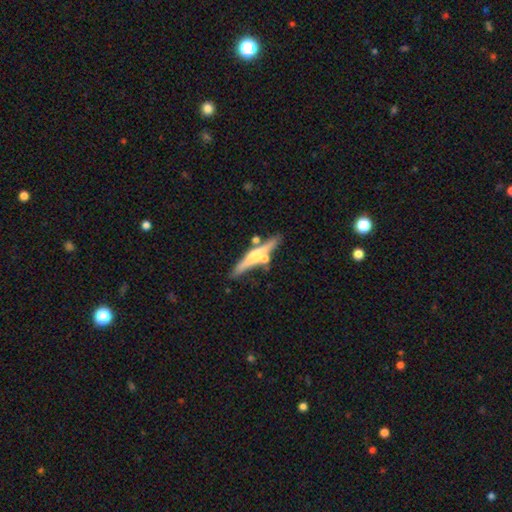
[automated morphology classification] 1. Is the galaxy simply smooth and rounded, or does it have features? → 60% featured or disk, 34% smooth, 6% star or artifact.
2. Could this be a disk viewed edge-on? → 95% yes, 5% no.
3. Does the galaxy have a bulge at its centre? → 84% rounded, 9% none, 7% boxy.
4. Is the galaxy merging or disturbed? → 70% none, 15% merger, 12% minor disturbance, 4% major disturbance.